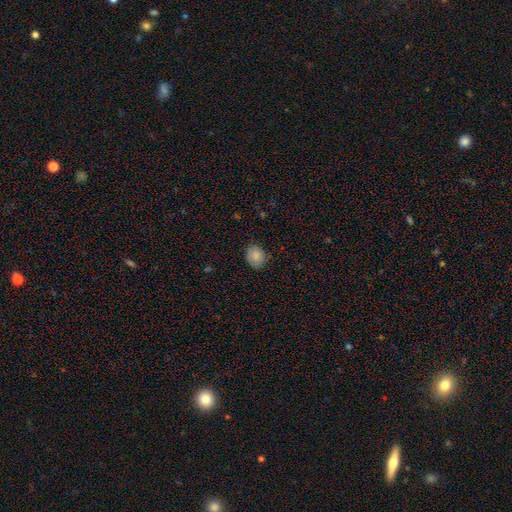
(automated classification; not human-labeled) Smooth or featured: smooth — 83% (star or artifact — 9%)
How rounded: round — 63% (in between — 36%)
Merging: none — 79% (minor disturbance — 17%)